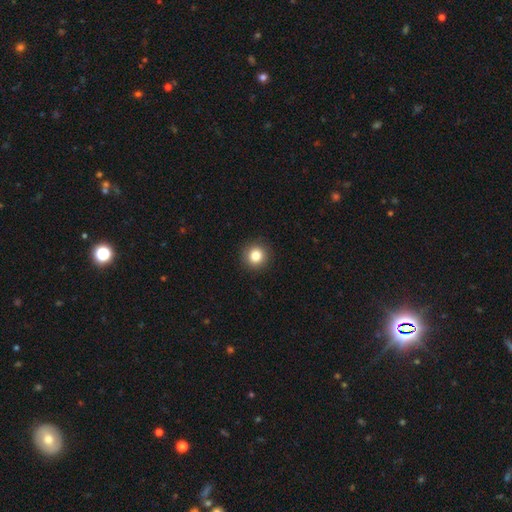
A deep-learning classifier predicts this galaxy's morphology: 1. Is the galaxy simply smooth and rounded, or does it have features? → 83% smooth, 11% star or artifact, 6% featured or disk.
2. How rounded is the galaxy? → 94% round, 5% in between, 1% cigar-shaped.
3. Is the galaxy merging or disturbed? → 92% none, 5% minor disturbance, 2% major disturbance, 1% merger.